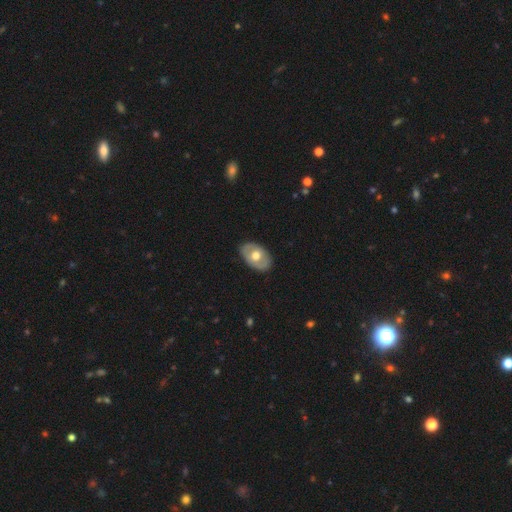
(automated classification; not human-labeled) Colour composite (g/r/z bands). It shows a smooth galaxy with no disk features (51%) that is in between round and cigar-shaped (86%). Merging: none (82%).